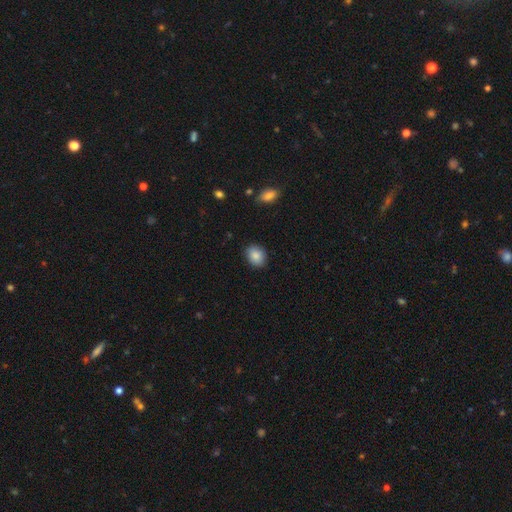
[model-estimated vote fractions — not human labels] Q: Smooth or featured?
A: smooth (86%); runner-up: star or artifact (8%)
Q: How rounded?
A: in between (51%); runner-up: round (48%)
Q: Merging?
A: none (86%); runner-up: minor disturbance (10%)